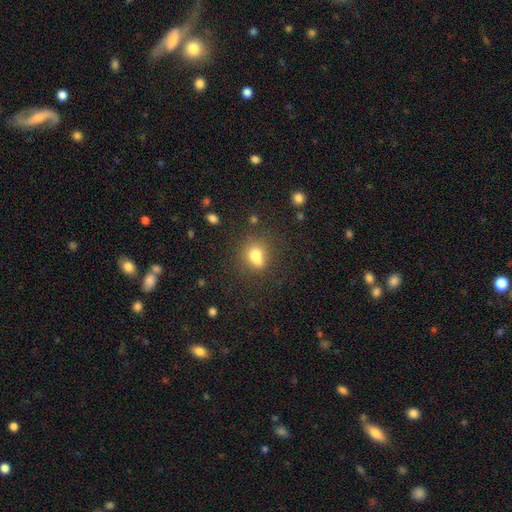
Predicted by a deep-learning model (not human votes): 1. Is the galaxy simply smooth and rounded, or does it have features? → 73% smooth, 14% featured or disk, 14% star or artifact.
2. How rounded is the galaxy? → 50% round, 47% in between, 3% cigar-shaped.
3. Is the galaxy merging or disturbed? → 47% none, 25% merger, 18% minor disturbance, 10% major disturbance.